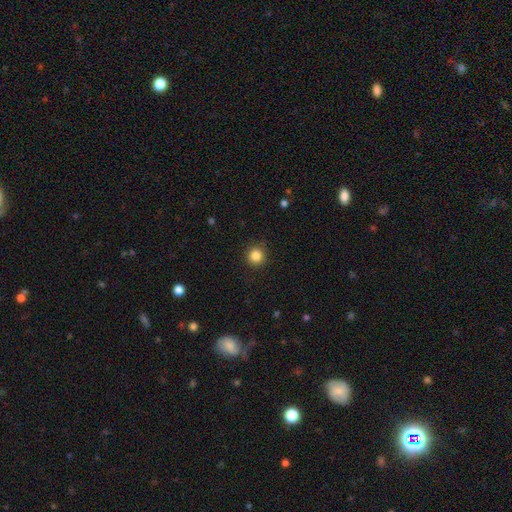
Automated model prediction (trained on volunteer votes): Morphology: type=smooth (85%); roundness=round (95%); merging=none (91%).